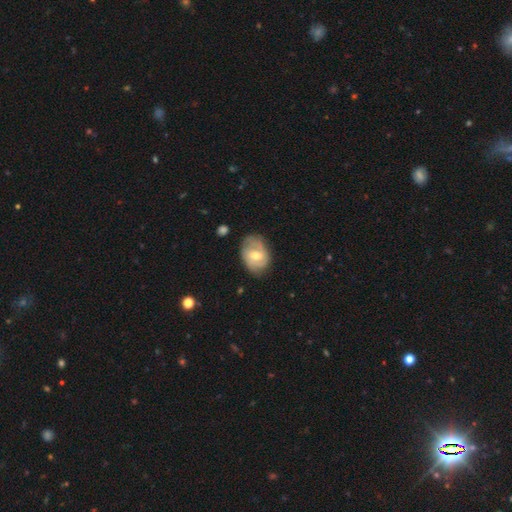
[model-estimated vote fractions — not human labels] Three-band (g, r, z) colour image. It shows a featured or disk galaxy (53%) with no bar (49%), spiral arms (70%) and a moderate central bulge (64%). Merging: none (65%).